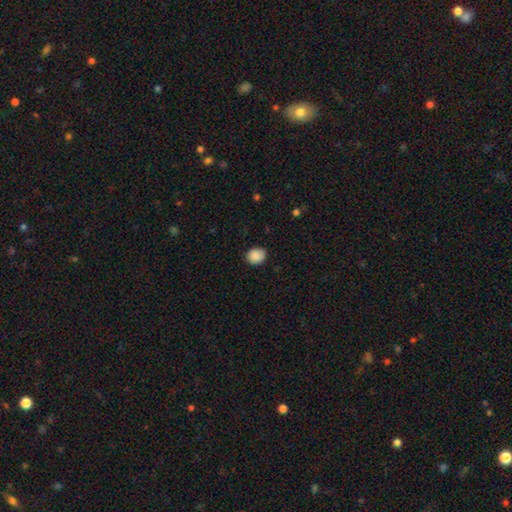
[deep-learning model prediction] A smooth galaxy with no disk features (89%) that is round (67%). Merging: none (87%).